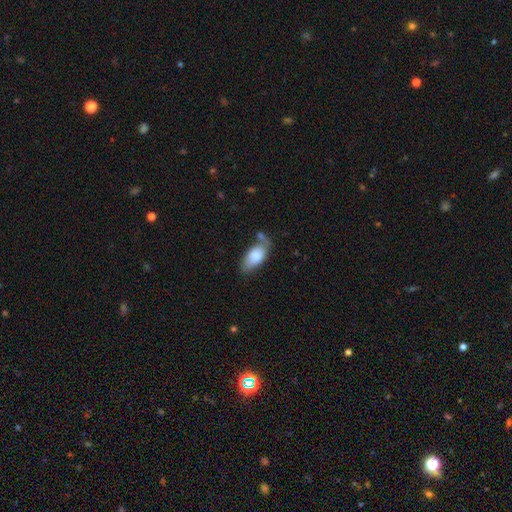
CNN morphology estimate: A smooth galaxy with no disk features (80%) that is in between round and cigar-shaped (91%). Merging: none (45%).